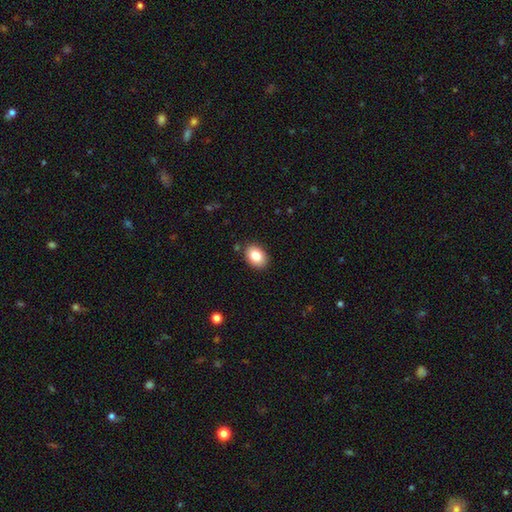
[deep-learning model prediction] Q: Smooth or featured?
A: smooth (83%); runner-up: star or artifact (8%)
Q: How rounded?
A: in between (75%); runner-up: round (24%)
Q: Merging?
A: none (88%); runner-up: minor disturbance (8%)